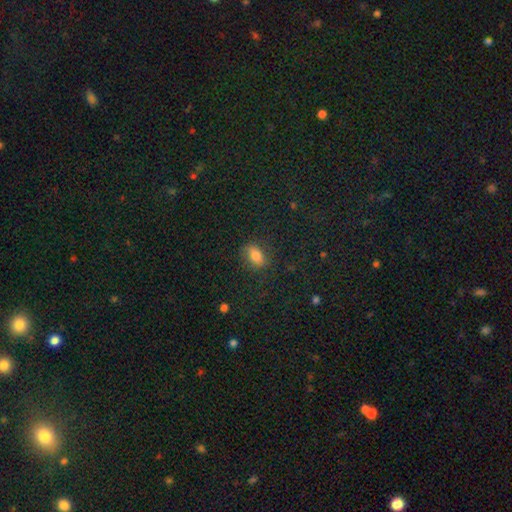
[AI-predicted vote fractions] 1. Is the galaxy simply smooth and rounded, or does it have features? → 78% smooth, 12% star or artifact, 10% featured or disk.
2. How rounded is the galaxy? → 79% in between, 18% round, 3% cigar-shaped.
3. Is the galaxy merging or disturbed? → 80% none, 14% minor disturbance, 5% major disturbance, 1% merger.